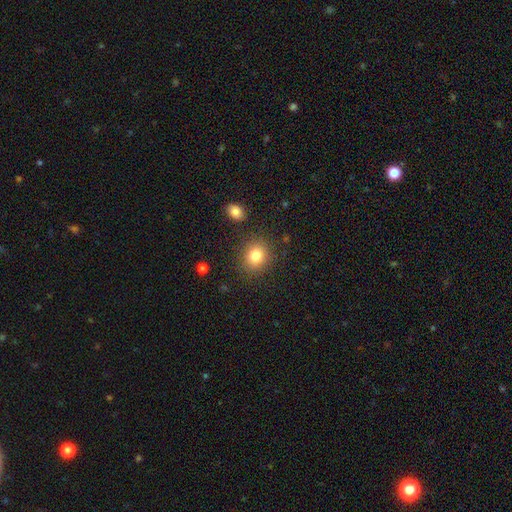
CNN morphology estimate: Smooth or featured? Predicted: smooth (p=0.81). How rounded? Predicted: round (p=0.71). Merging? Predicted: none (p=0.85).